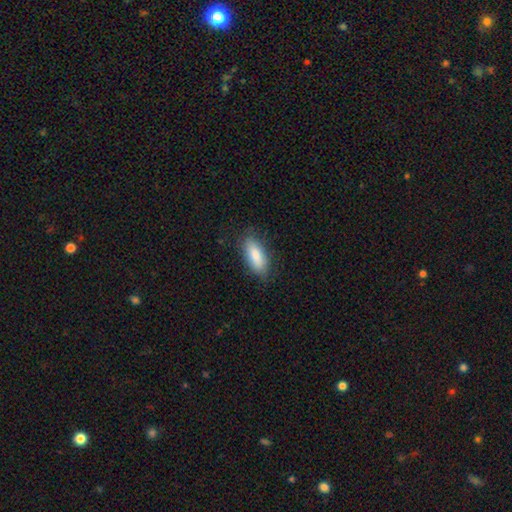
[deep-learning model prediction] Smooth or featured?
  - smooth: 84% *
  - featured or disk: 10%
  - star or artifact: 6%
How rounded?
  - in between: 79% *
  - cigar-shaped: 19%
  - round: 2%
Merging?
  - none: 81% *
  - minor disturbance: 15%
  - major disturbance: 3%
  - merger: 1%